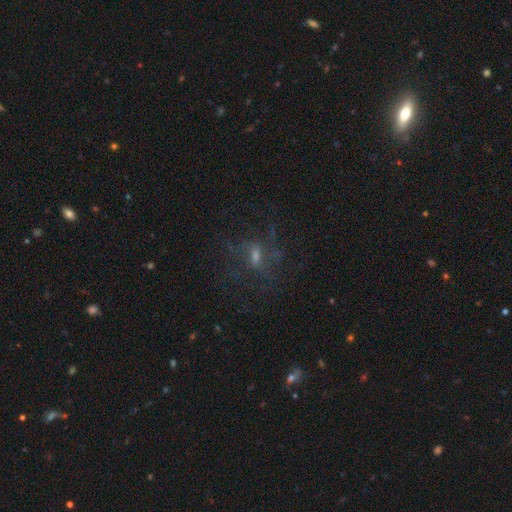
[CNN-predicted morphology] featured or disk 48%, smooth 27%, star or artifact 26%. Down the decision tree: merging — none (57%).